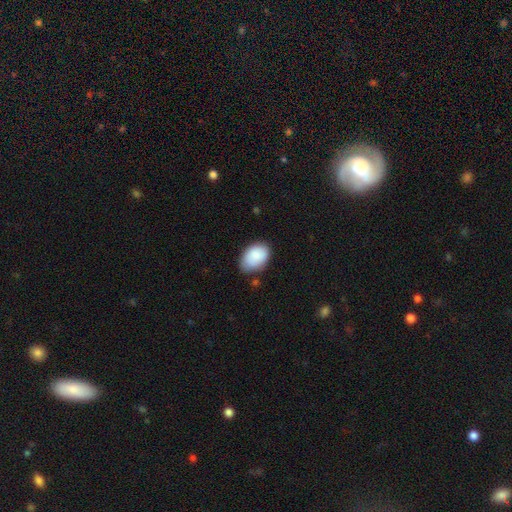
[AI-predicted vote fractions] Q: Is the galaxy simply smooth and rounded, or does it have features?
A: smooth — 87%.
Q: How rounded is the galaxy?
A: in between — 86%.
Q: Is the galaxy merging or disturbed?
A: none — 67%.